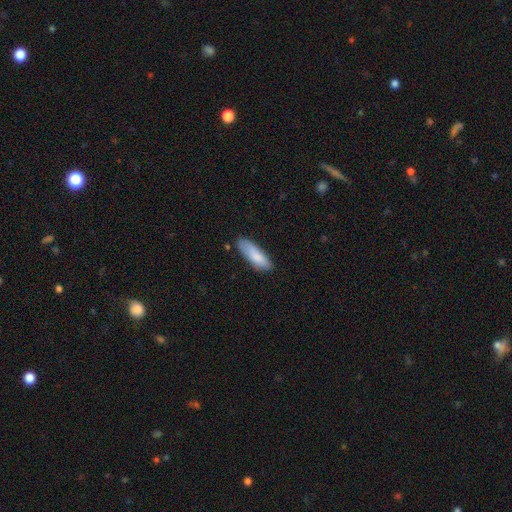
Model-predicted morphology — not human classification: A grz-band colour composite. It shows a smooth galaxy with no disk features (84%) that is in between round and cigar-shaped (55%). Merging: none (72%).